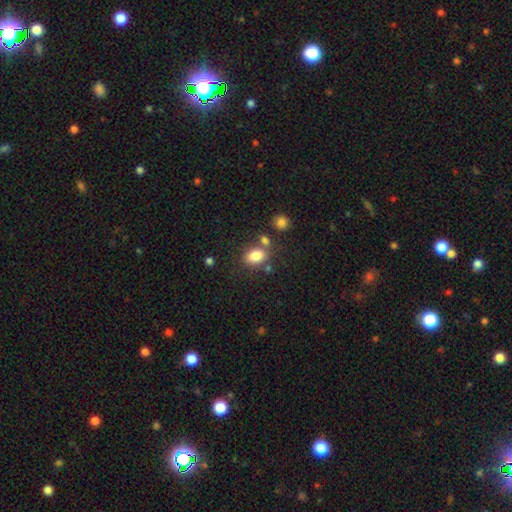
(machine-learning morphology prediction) This is clearly a smooth galaxy (83%). How rounded: clearly in between (81%). Merging: likely none (63%).